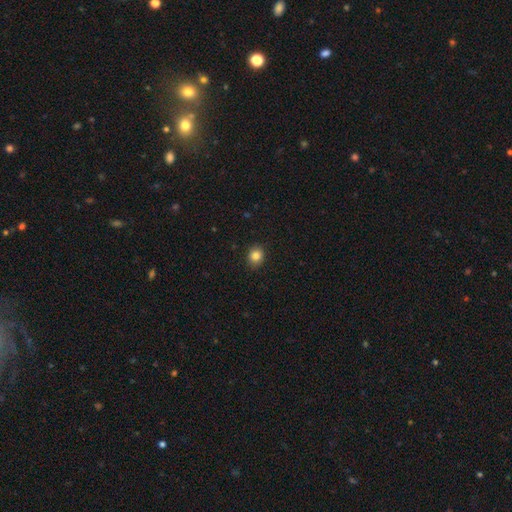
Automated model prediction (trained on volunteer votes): Overall: smooth (84%). How rounded: round (74%). Merging: none (90%).